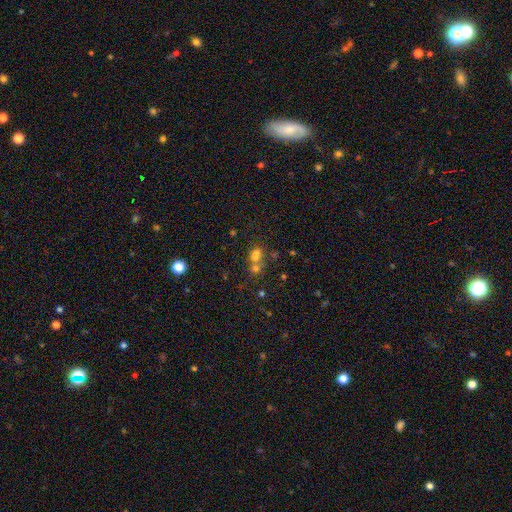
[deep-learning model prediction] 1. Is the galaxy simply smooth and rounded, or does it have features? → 57% smooth, 24% star or artifact, 19% featured or disk.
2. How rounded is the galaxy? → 67% round, 31% in between, 2% cigar-shaped.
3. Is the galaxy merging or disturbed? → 57% merger, 32% none, 7% minor disturbance, 4% major disturbance.